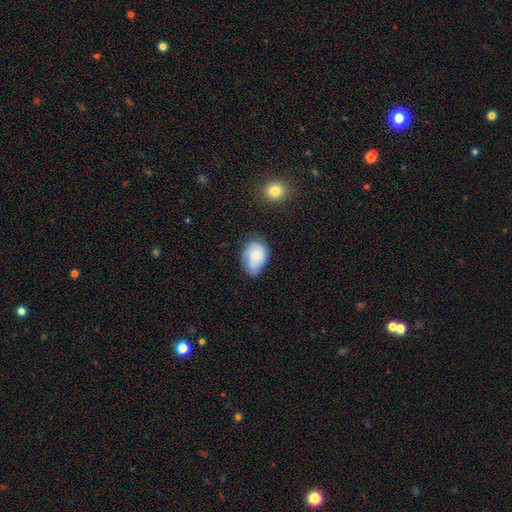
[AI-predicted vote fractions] Smooth or featured? Predicted: smooth (p=0.63). How rounded? Predicted: in between (p=0.76). Merging? Predicted: none (p=0.49).